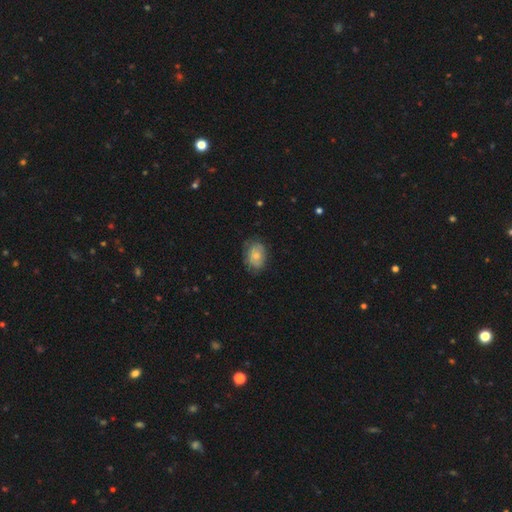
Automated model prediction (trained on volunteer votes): Morphology: type=smooth (67%); roundness=in between (73%); merging=none (69%).